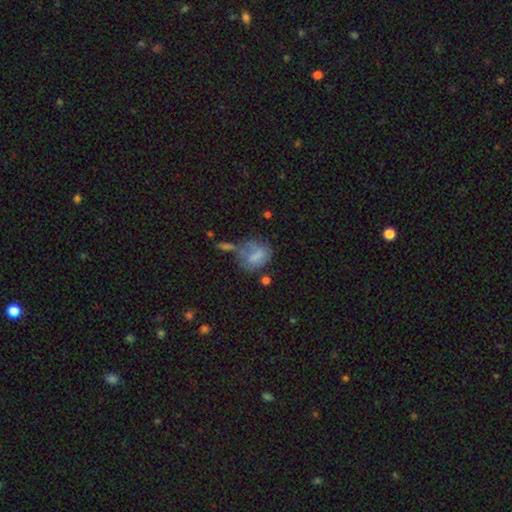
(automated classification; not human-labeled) The model was most divided on "how rounded": round: 50%, in between: 48%, cigar-shaped: 2%. Remaining: smooth or featured — smooth (67%); merging — none (38%).